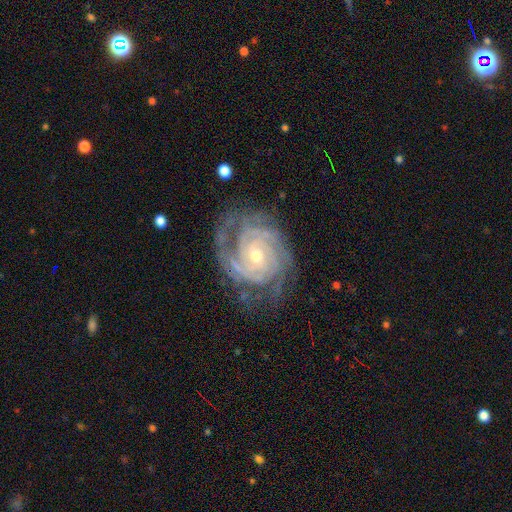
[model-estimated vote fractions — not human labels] smooth_or_featured: featured or disk (p=0.91) [alt: star or artifact p=0.05]
disk_edge_on: no (p=0.98) [alt: yes p=0.02]
bar: no (p=0.69) [alt: weak p=0.24]
has_spiral_arms: yes (p=0.98) [alt: no p=0.02]
spiral_winding: tight (p=0.78) [alt: medium p=0.19]
spiral_arm_count: 3 (p=0.25) [alt: can't tell p=0.21]
bulge_size: small (p=0.56) [alt: moderate p=0.41]
merging: none (p=0.70) [alt: minor disturbance p=0.19]